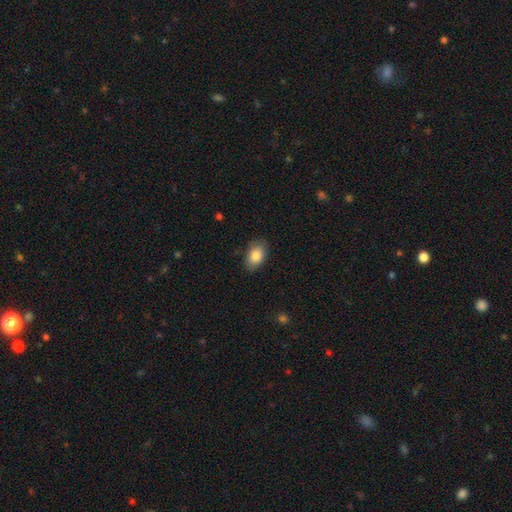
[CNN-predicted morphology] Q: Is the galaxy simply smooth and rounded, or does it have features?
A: smooth — 85%.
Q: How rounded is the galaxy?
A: in between — 89%.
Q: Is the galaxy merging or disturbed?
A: none — 81%.